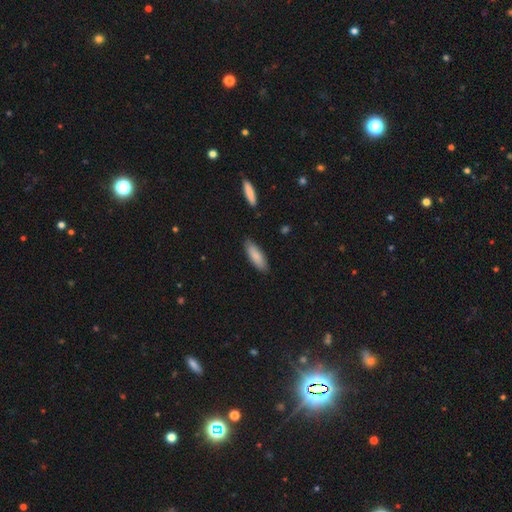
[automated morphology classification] type=smooth (85%); roundness=in between (57%); merging=none (86%).